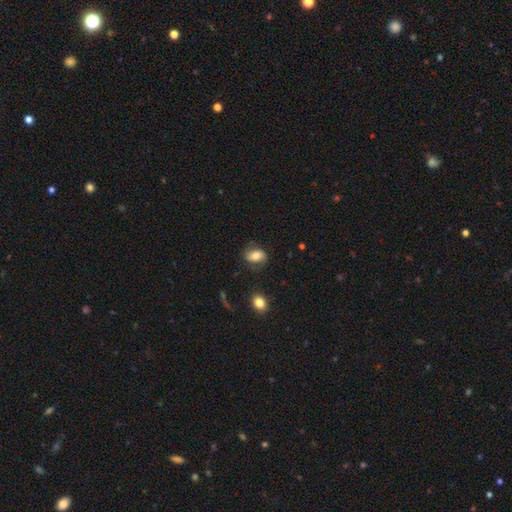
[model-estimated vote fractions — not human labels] Smooth or featured: smooth — 65% (featured or disk — 26%)
How rounded: in between — 77% (round — 21%)
Merging: none — 73% (minor disturbance — 19%)